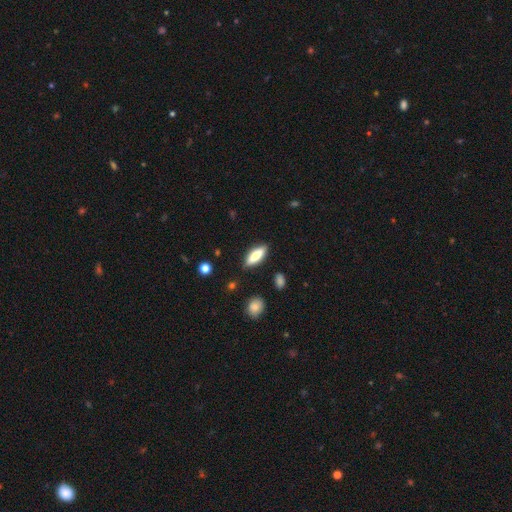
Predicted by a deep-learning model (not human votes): Smooth or featured?
  - smooth: 72% *
  - featured or disk: 21%
  - star or artifact: 7%
How rounded?
  - in between: 56% *
  - cigar-shaped: 42%
  - round: 2%
Merging?
  - none: 85% *
  - minor disturbance: 11%
  - major disturbance: 2%
  - merger: 2%